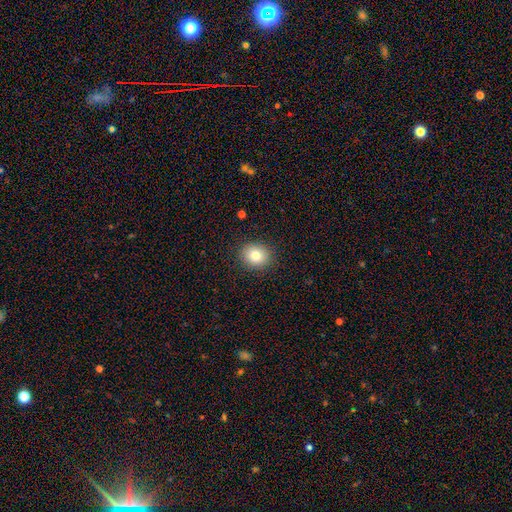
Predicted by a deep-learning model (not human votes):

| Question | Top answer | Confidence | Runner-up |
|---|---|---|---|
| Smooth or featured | smooth | 80% | star or artifact (11%) |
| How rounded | round | 73% | in between (26%) |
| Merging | none | 90% | minor disturbance (7%) |